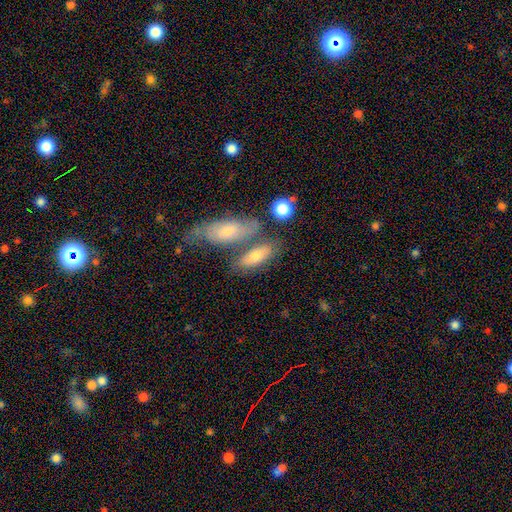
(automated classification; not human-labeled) This appears to be a smooth galaxy with no disk features (64%) that is in between round and cigar-shaped (67%). Merging: none (47%).